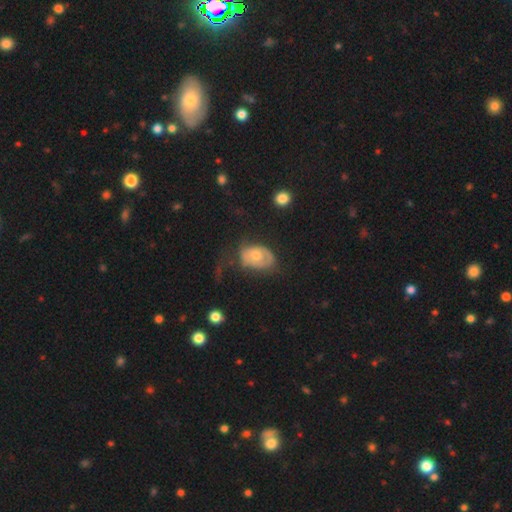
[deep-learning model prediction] Morphology: type=featured or disk (53%); edge-on=no (95%); bar=no (81%); spiral arms=yes (50%, tied with no); bulge=moderate (63%); merging=none (36%).